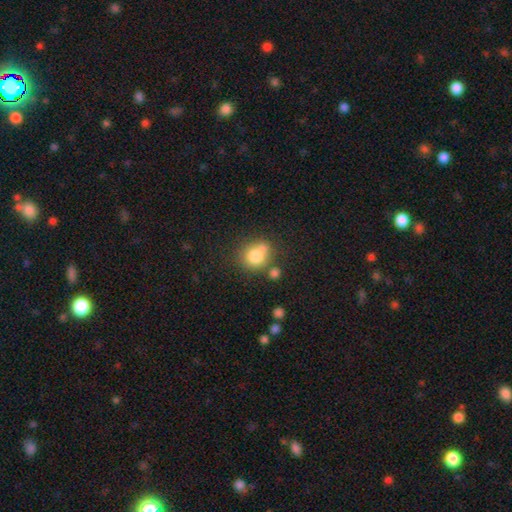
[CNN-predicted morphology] The model was most divided on "merging": none: 50%, merger: 27%, minor disturbance: 17%, major disturbance: 7%. More confident: smooth or featured — smooth (77%); how rounded — round (74%).